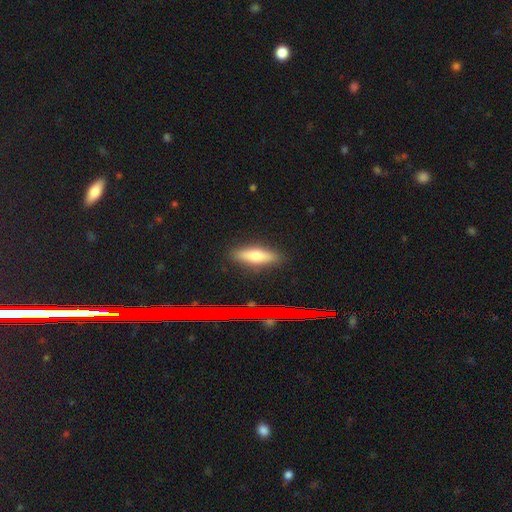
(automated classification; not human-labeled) The model was most divided on "how rounded": in between: 55%, cigar-shaped: 42%, round: 3%. More confident: merging — none (87%); smooth or featured — smooth (66%).